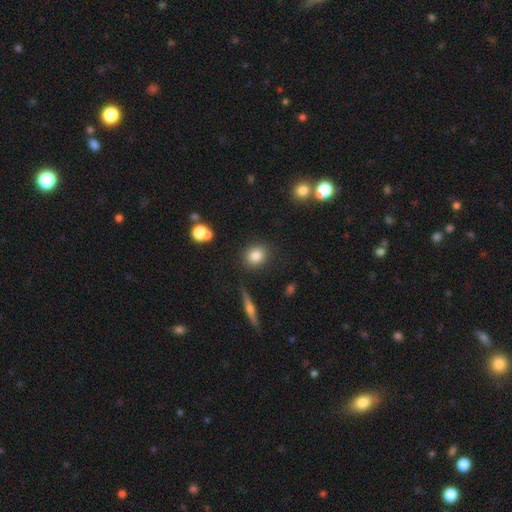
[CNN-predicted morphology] This appears to be a smooth galaxy with no disk features (82%) that is round (69%). Merging: none (86%).